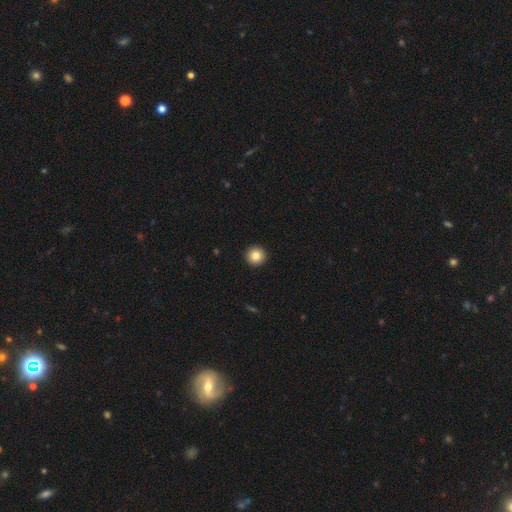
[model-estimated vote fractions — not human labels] This is clearly a smooth galaxy (83%). How rounded: clearly round (96%). Merging: clearly none (94%).